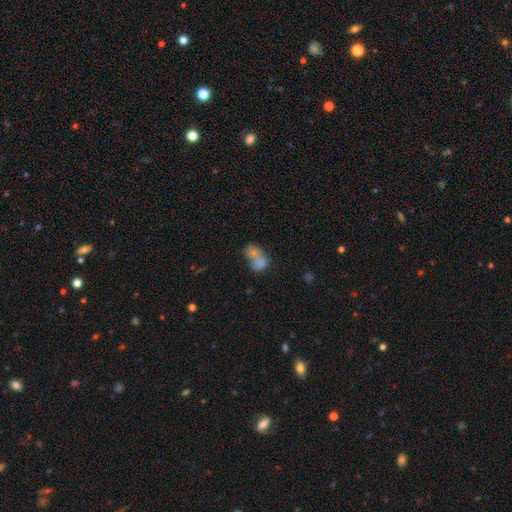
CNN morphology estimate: Smooth or featured? Predicted: smooth (p=0.75). How rounded? Predicted: in between (p=0.55). Merging? Predicted: merger (p=0.67).